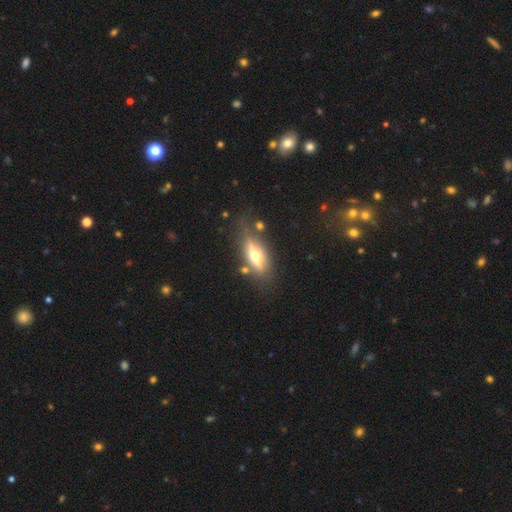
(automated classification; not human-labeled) smooth_or_featured: featured or disk (p=0.66) [alt: smooth p=0.27]
disk_edge_on: yes (p=0.87) [alt: no p=0.13]
edge_on_bulge: rounded (p=0.94) [alt: boxy p=0.03]
merging: none (p=0.73) [alt: minor disturbance p=0.16]